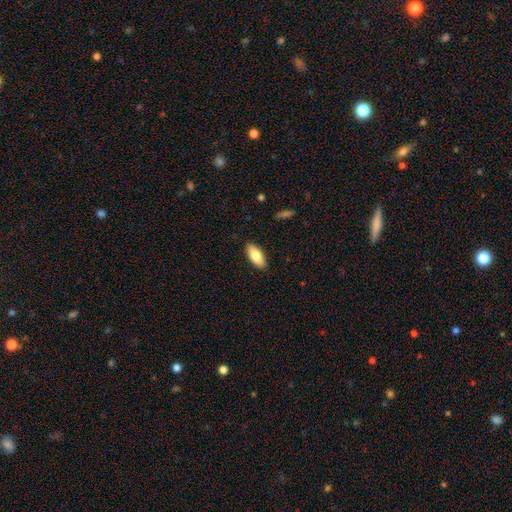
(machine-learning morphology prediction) This is likely a smooth galaxy (79%). How rounded: clearly in between (84%). Merging: clearly none (89%).